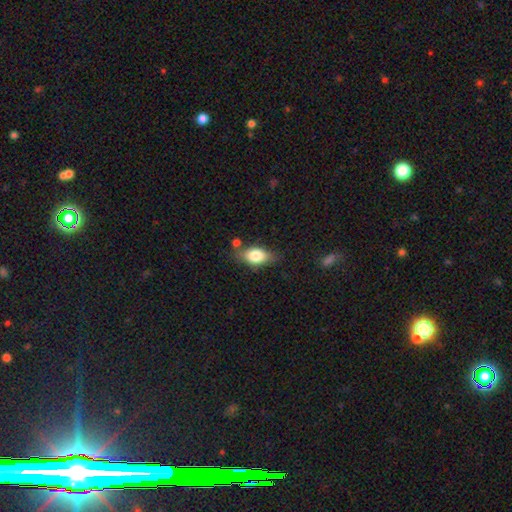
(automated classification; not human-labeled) Smooth or featured: smooth — 74% (featured or disk — 18%)
How rounded: in between — 82% (round — 11%)
Merging: none — 67% (minor disturbance — 21%)